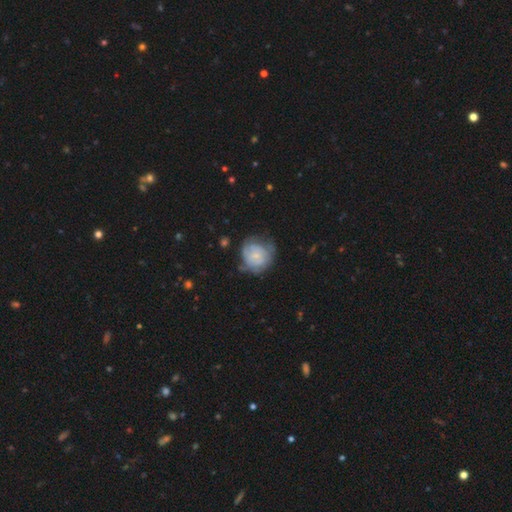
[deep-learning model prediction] A smooth galaxy with no disk features (50%).

Vote fractions:
- Smooth or featured? smooth: 50% / featured or disk: 42% / star or artifact: 8%
- Merging? none: 46% / minor disturbance: 32% / major disturbance: 19% / merger: 4%